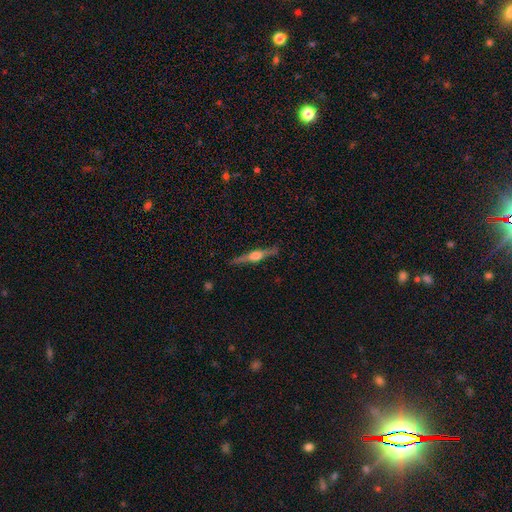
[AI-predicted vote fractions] This is likely a featured or disk galaxy (74%). It is clearly viewed edge-on (97%). Edge-on bulge: clearly rounded (93%). Merging: clearly none (87%).